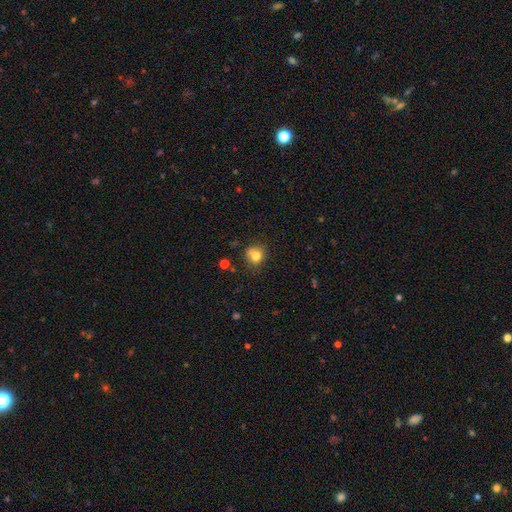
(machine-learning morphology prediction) Smooth or featured: smooth — 77% (star or artifact — 12%)
How rounded: round — 79% (in between — 20%)
Merging: none — 62% (minor disturbance — 21%)